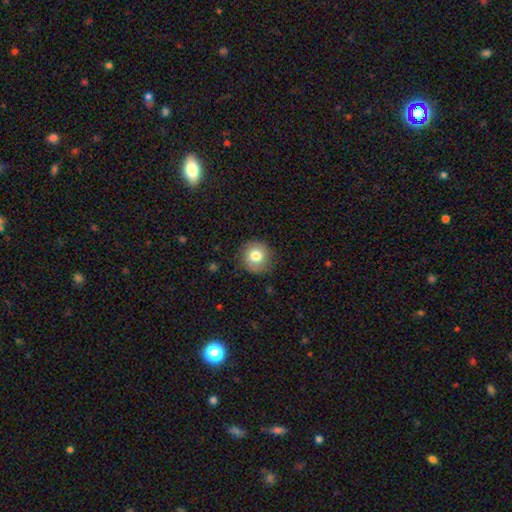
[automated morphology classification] Q: Smooth or featured?
A: smooth (79%); runner-up: featured or disk (12%)
Q: How rounded?
A: round (91%); runner-up: in between (8%)
Q: Merging?
A: none (85%); runner-up: minor disturbance (11%)